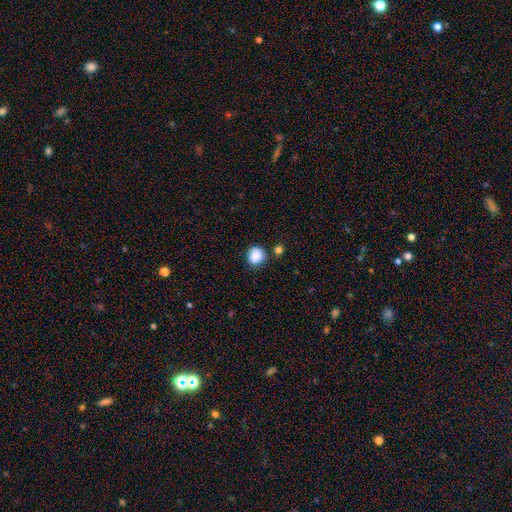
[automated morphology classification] This appears to be a smooth galaxy with no disk features (87%) that is round (75%). Merging: none (74%).